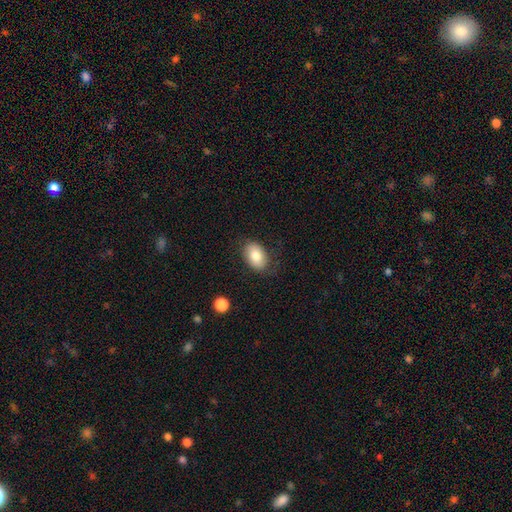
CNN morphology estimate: This appears to be a smooth galaxy with no disk features (80%) that is in between round and cigar-shaped (85%). Merging: none (79%).